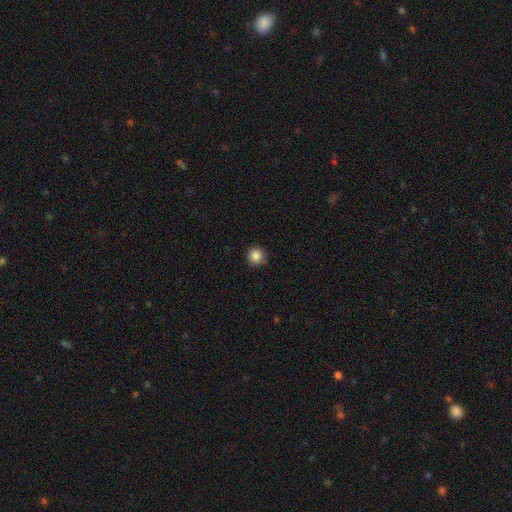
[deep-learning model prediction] A smooth galaxy with no disk features (86%) that is round (96%). Merging: none (89%).